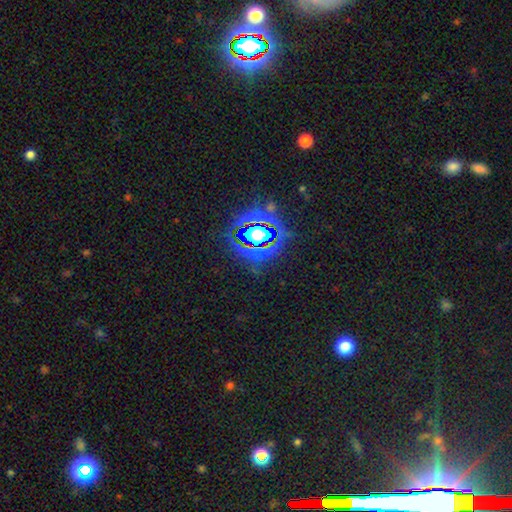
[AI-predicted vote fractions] A star or artifact, not a galaxy (82%).

Vote fractions:
- Smooth or featured? star or artifact: 82% / smooth: 10% / featured or disk: 7%